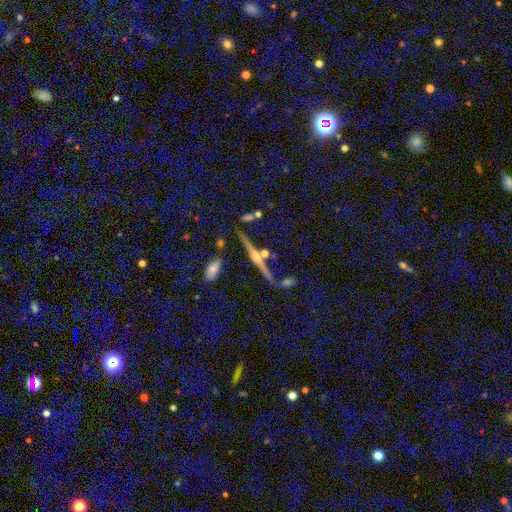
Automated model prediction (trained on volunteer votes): Smooth or featured? featured or disk (76%)
Edge-on disk? yes (96%)
Edge-on bulge? rounded (88%)
Merging? none (77%)